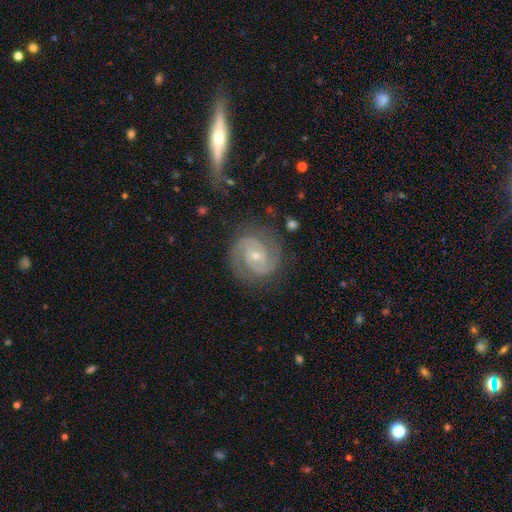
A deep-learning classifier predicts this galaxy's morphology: The model was most divided on "bar": no: 44%, weak: 39%, strong: 17%. More confident: edge-on disk — no (98%); spiral arms — yes (98%); smooth or featured — featured or disk (90%); spiral arm count — 2 (90%); merging — none (82%); bulge size — small (62%); spiral winding — tight (57%).